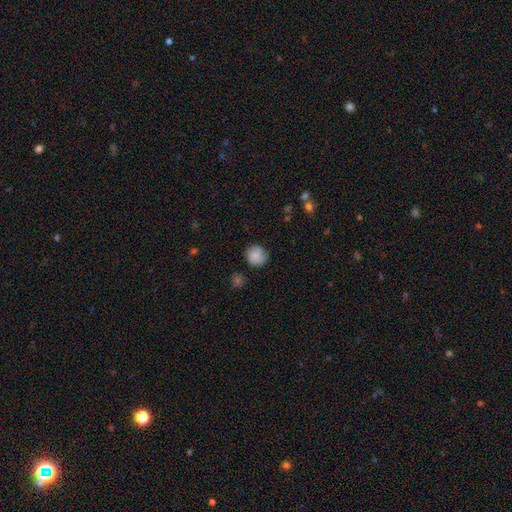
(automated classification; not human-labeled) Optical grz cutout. It shows a smooth galaxy with no disk features (80%) that is round (86%). Merging: none (74%).